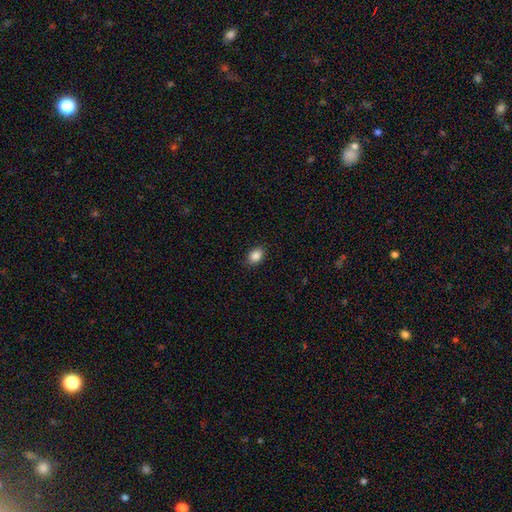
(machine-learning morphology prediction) smooth_or_featured: smooth (p=0.88) [alt: star or artifact p=0.09]
how_rounded: in between (p=0.71) [alt: round p=0.28]
merging: none (p=0.88) [alt: minor disturbance p=0.09]